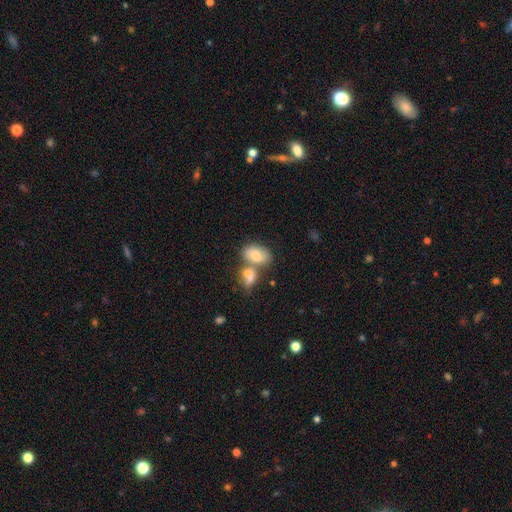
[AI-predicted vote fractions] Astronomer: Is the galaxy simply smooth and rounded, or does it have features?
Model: smooth — 69%.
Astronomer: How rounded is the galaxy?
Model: in between — 81%.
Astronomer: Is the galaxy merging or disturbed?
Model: merger — 50% (runner-up: none, 34%).